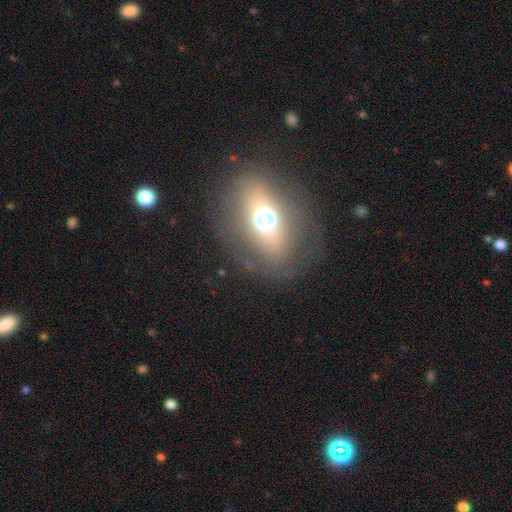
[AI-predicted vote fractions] This appears to be a featured or disk galaxy (49%). Merging: none (81%).